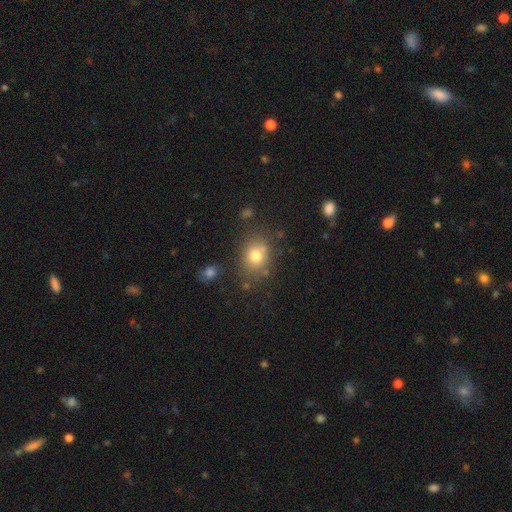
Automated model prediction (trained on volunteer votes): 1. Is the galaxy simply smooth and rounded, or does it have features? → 76% smooth, 13% star or artifact, 11% featured or disk.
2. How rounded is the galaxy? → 55% round, 44% in between, 1% cigar-shaped.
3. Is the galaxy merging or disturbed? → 71% none, 16% minor disturbance, 8% merger, 6% major disturbance.